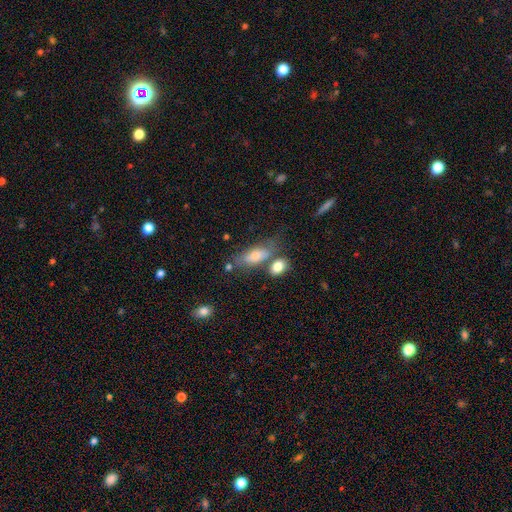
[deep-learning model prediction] smooth-or-featured: smooth: 69% | featured or disk: 21% | star or artifact: 10%
  how-rounded: in between: 75% | cigar-shaped: 20% | round: 5%
  merging: none: 51% | merger: 23% | minor disturbance: 19% | major disturbance: 8%